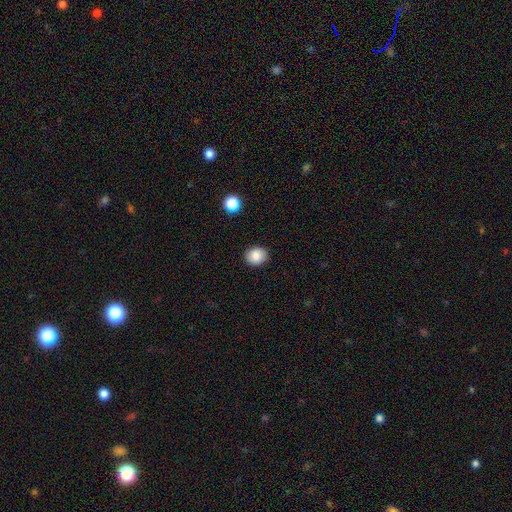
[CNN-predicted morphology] Overall: smooth (85%). How rounded: round (66%; in between 33%). Merging: none (89%).